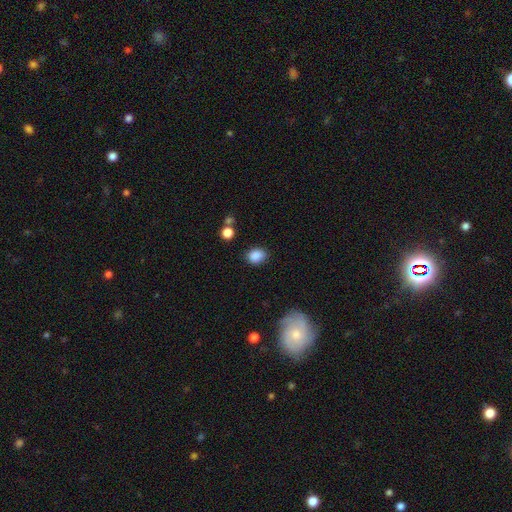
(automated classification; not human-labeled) Morphology: type=smooth (87%); roundness=in between (50%); merging=none (80%).